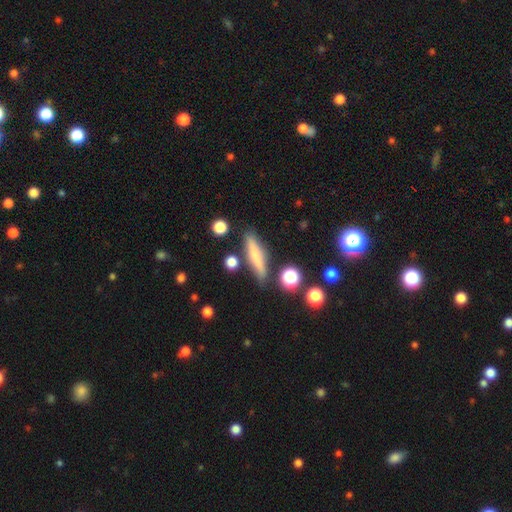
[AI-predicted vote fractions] Q: Smooth or featured?
A: smooth (65%); runner-up: featured or disk (27%)
Q: How rounded?
A: cigar-shaped (82%); runner-up: in between (15%)
Q: Merging?
A: none (80%); runner-up: minor disturbance (12%)